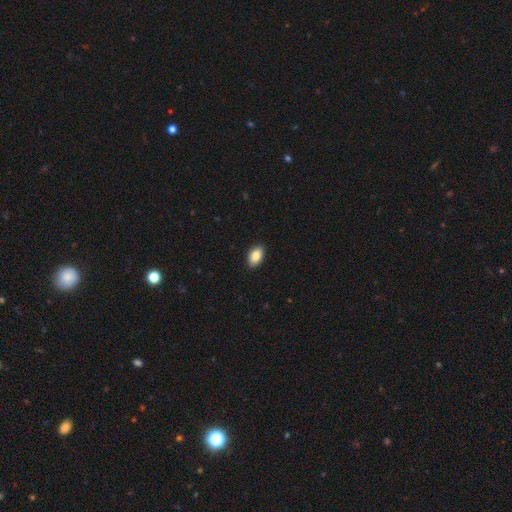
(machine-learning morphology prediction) Smooth or featured? smooth (87%)
How rounded? in between (92%)
Merging? none (90%)